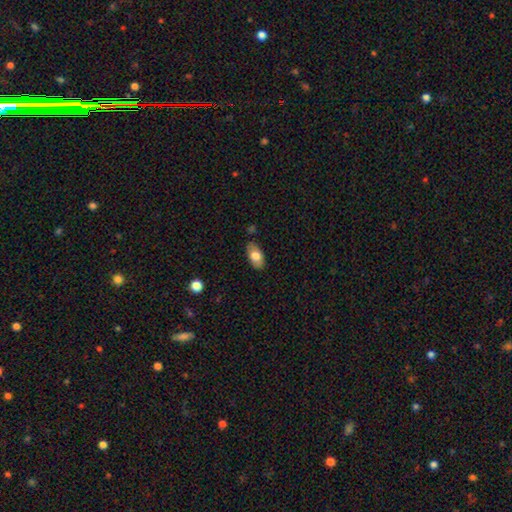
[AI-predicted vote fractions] Smooth or featured? smooth (76%)
How rounded? in between (92%)
Merging? none (82%)